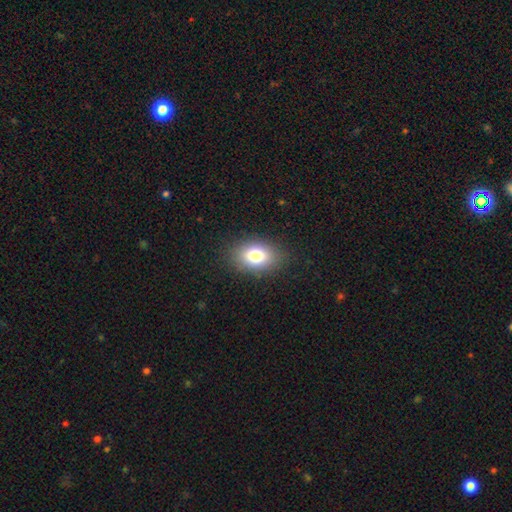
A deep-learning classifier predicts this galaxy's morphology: The model was most divided on "how rounded": in between: 80%, round: 19%, cigar-shaped: 1%. More confident: merging — none (87%); smooth or featured — smooth (79%).